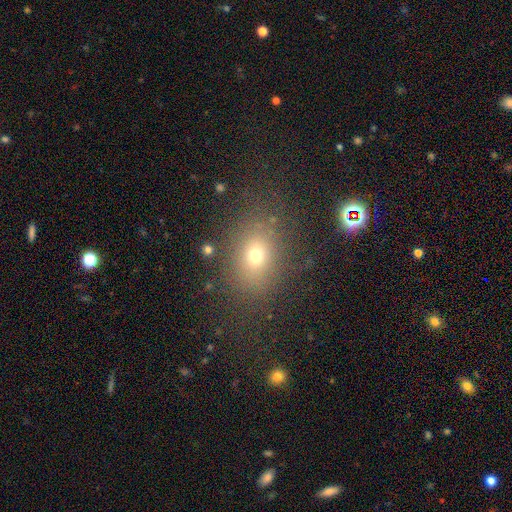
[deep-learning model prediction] This appears to be a smooth galaxy with no disk features (68%) that is in between round and cigar-shaped (58%). Merging: none (78%).